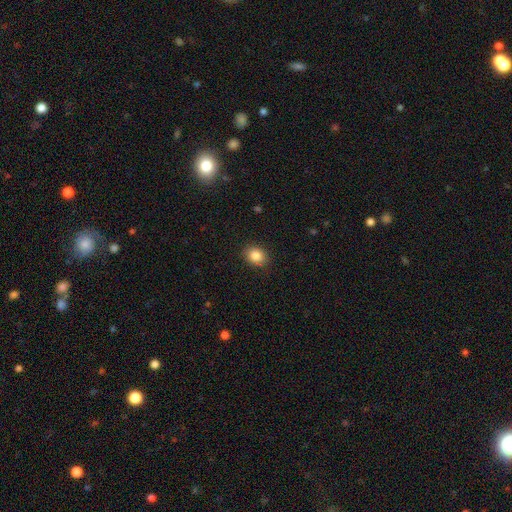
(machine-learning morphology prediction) Smooth or featured? Predicted: smooth (p=0.86). How rounded? Predicted: round (p=0.51). Merging? Predicted: none (p=0.86).